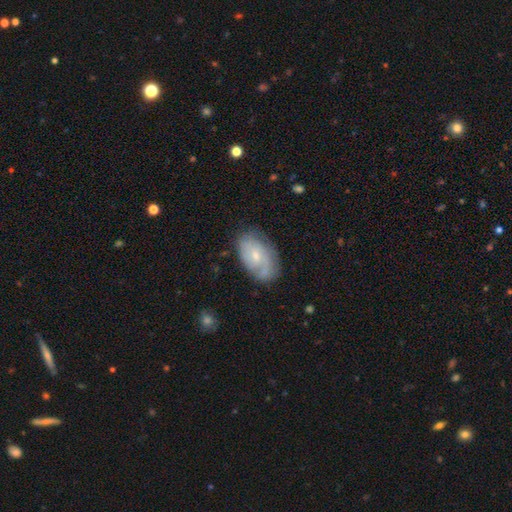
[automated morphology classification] Overall: featured or disk (62%; smooth 31%). Edge-on disk: no (95%). Bar: no (63%; weak 32%). Spiral arms: yes (85%). Spiral arm count: 2 (42%; can't tell 33%). Spiral winding: tight (46%; medium 38%). Bulge size: small (62%; moderate 32%). Merging: none (70%).